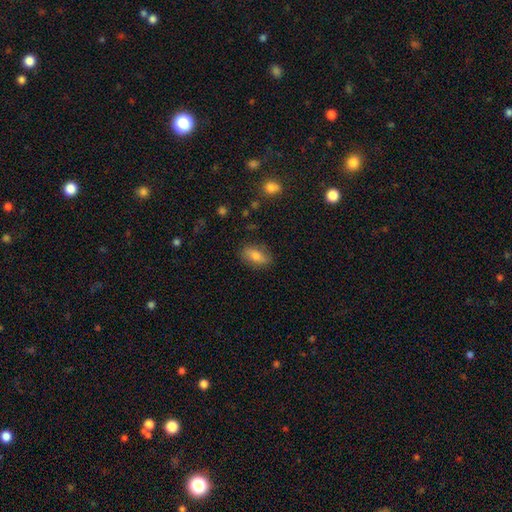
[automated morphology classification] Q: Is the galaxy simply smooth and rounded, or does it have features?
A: smooth — 72%.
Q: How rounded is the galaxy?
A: in between — 83%.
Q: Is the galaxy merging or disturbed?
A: none — 81%.